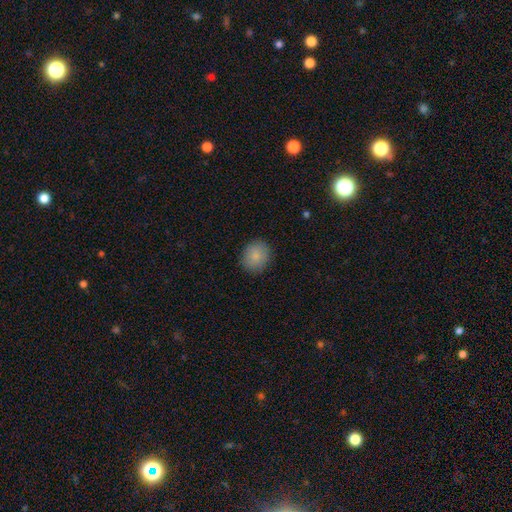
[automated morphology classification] smooth 86%, star or artifact 8%, featured or disk 6%. Down the decision tree: how rounded — round (73%); merging — none (89%).